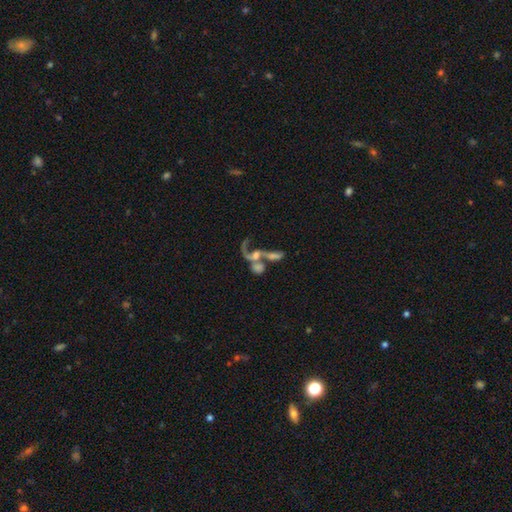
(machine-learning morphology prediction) Overall: featured or disk (67%). Edge-on disk: no (93%). Bar: no (68%). Spiral arms: yes (72%). Bulge size: moderate (37%; small 26%). Merging: merger (64%).